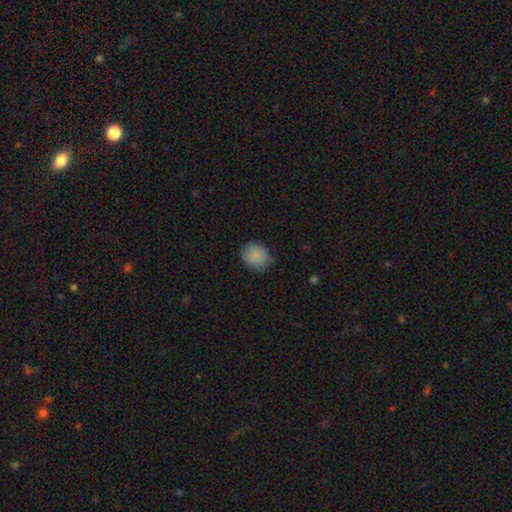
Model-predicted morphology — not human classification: Smooth or featured? Predicted: smooth (p=0.87). How rounded? Predicted: round (p=0.59). Merging? Predicted: none (p=0.80).